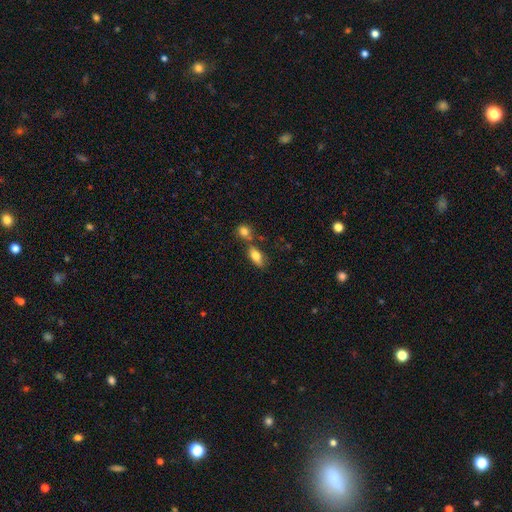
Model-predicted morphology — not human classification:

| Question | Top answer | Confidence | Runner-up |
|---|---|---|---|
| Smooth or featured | smooth | 77% | featured or disk (14%) |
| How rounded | in between | 82% | cigar-shaped (12%) |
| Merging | none | 55% | merger (27%) |